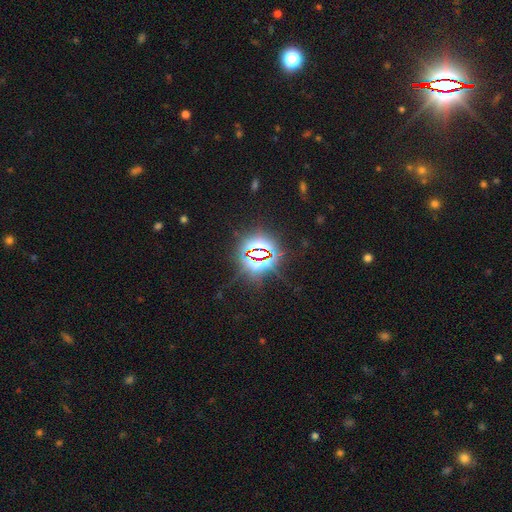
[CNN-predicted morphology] This is clearly a star or artifact rather than a galaxy (82%).